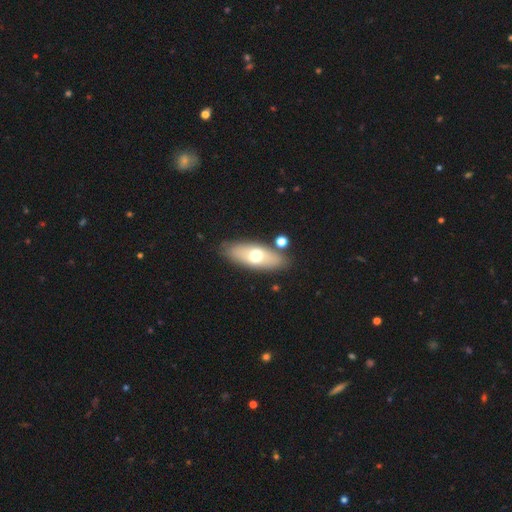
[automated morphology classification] Smooth or featured: smooth — 59% (featured or disk — 34%)
How rounded: in between — 69% (cigar-shaped — 27%)
Merging: none — 81% (minor disturbance — 10%)